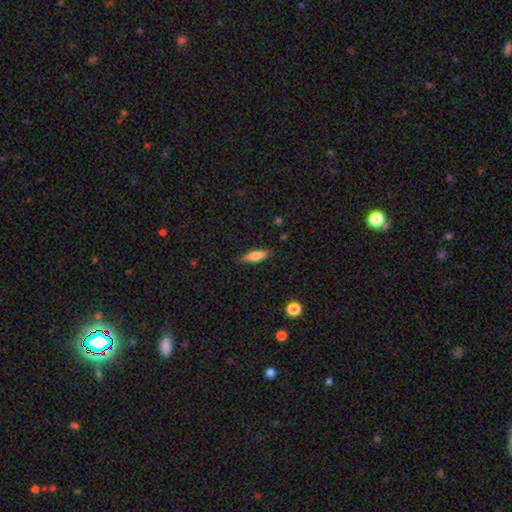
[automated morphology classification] smooth_or_featured: smooth (p=0.78) [alt: featured or disk p=0.15]
how_rounded: in between (p=0.53) [alt: cigar-shaped p=0.45]
merging: none (p=0.83) [alt: minor disturbance p=0.13]